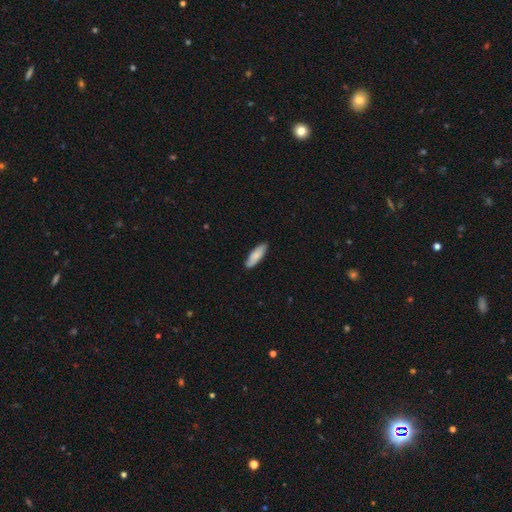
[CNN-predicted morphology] Overall: smooth (83%). How rounded: cigar-shaped (51%; in between 47%). Merging: none (86%).